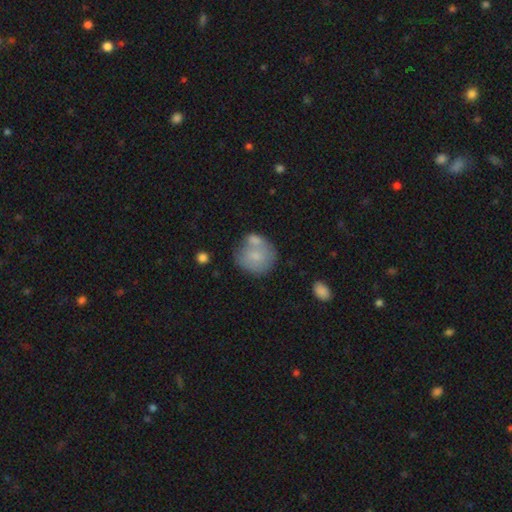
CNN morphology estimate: Smooth or featured? Predicted: smooth (p=0.72). How rounded? Predicted: round (p=0.81). Merging? Predicted: none (p=0.43).